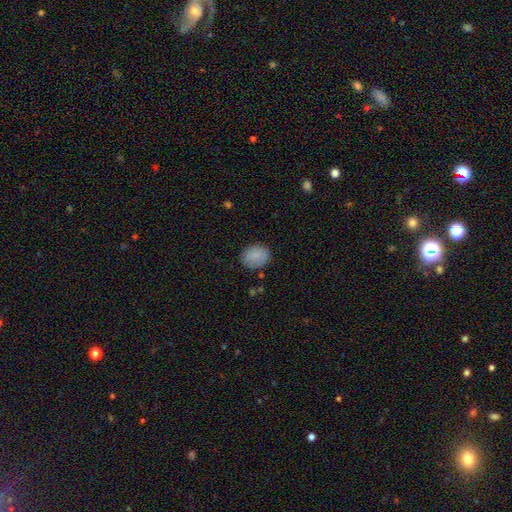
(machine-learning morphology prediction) The model was most divided on "how rounded": round: 58%, in between: 41%, cigar-shaped: 1%. More confident: smooth or featured — smooth (86%); merging — none (83%).